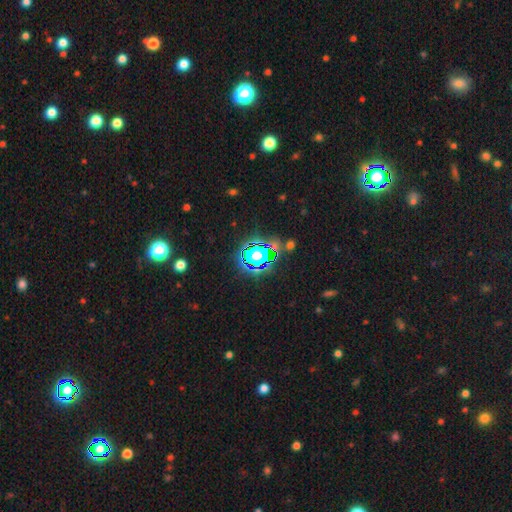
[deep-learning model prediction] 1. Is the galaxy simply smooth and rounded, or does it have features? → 61% star or artifact, 26% smooth, 12% featured or disk.